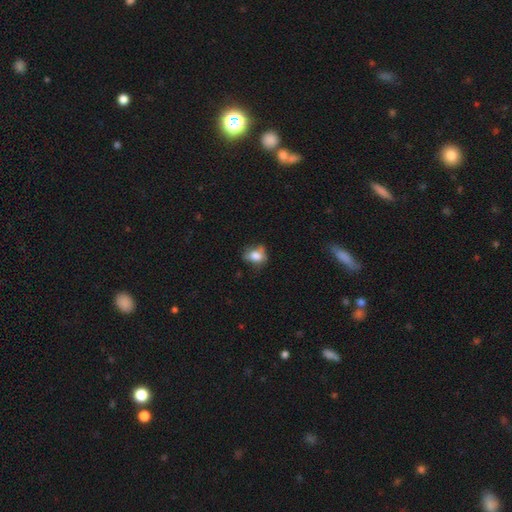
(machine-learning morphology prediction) smooth-or-featured: smooth: 71% | featured or disk: 18% | star or artifact: 11%
  how-rounded: in between: 58% | round: 40% | cigar-shaped: 2%
  merging: none: 45% | minor disturbance: 32% | major disturbance: 15% | merger: 7%